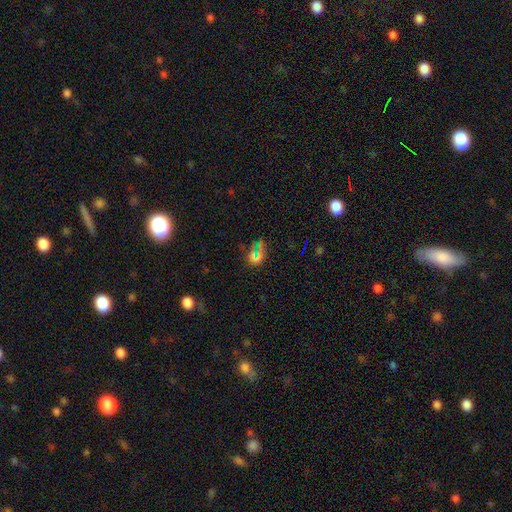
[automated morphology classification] smooth_or_featured: star or artifact (p=0.45) [alt: smooth p=0.44]